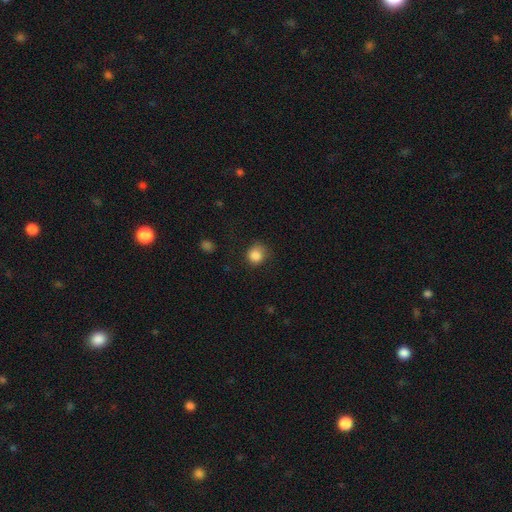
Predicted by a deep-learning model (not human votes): Smooth or featured? Predicted: smooth (p=0.85). How rounded? Predicted: round (p=0.84). Merging? Predicted: none (p=0.70).